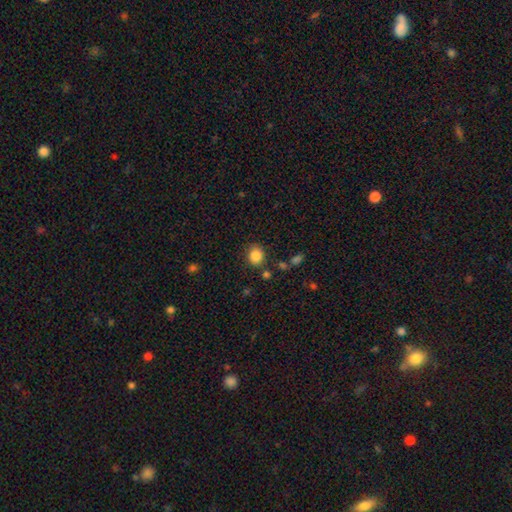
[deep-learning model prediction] A smooth galaxy with no disk features (85%) that is round (71%). Merging: none (81%).